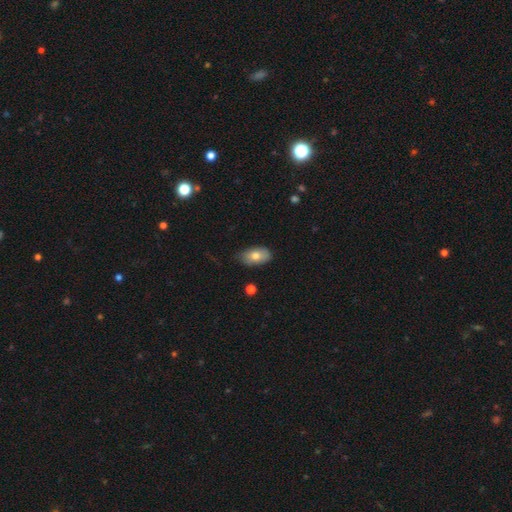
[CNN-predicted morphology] Smooth or featured? smooth (77%)
How rounded? in between (92%)
Merging? none (75%)